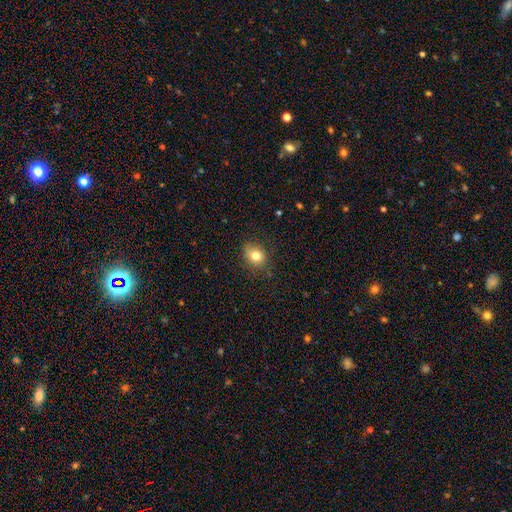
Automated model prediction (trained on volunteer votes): Overall: smooth (79%). How rounded: round (52%; in between 47%). Merging: none (81%).